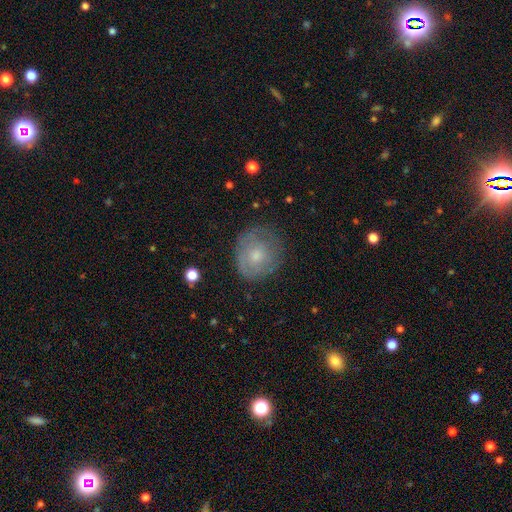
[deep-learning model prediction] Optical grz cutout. It shows a smooth galaxy with no disk features (51%) that is round (76%). Merging: none (68%).